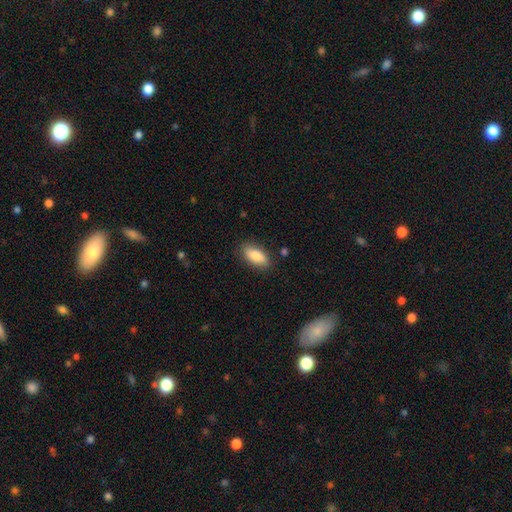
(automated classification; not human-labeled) Morphology: type=smooth (84%); roundness=in between (87%); merging=none (84%).